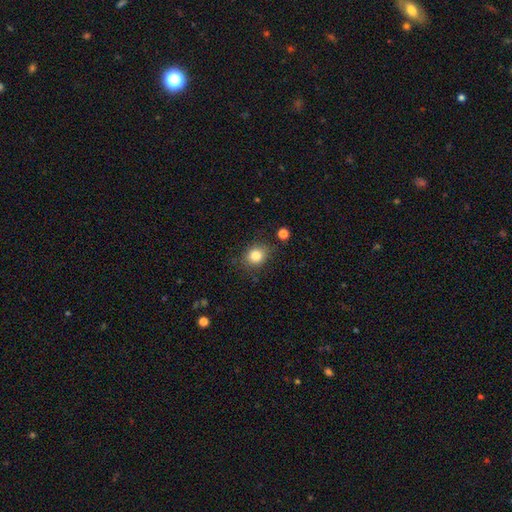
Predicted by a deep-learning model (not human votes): Morphology: type=smooth (82%); roundness=round (74%); merging=none (80%).